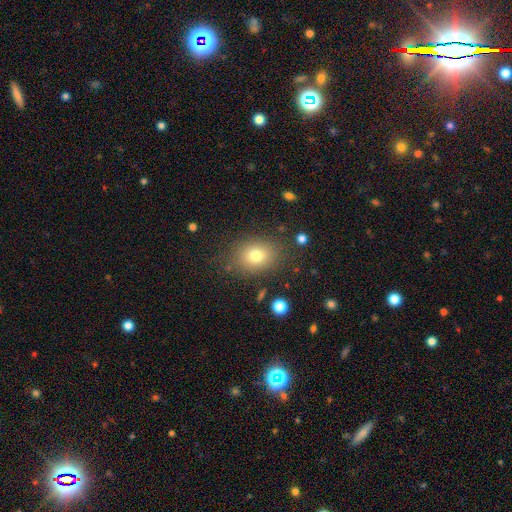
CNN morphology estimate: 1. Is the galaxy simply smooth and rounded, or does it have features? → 76% smooth, 12% star or artifact, 11% featured or disk.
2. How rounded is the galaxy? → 56% in between, 43% round, 1% cigar-shaped.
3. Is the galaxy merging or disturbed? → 80% none, 12% minor disturbance, 5% major disturbance, 2% merger.